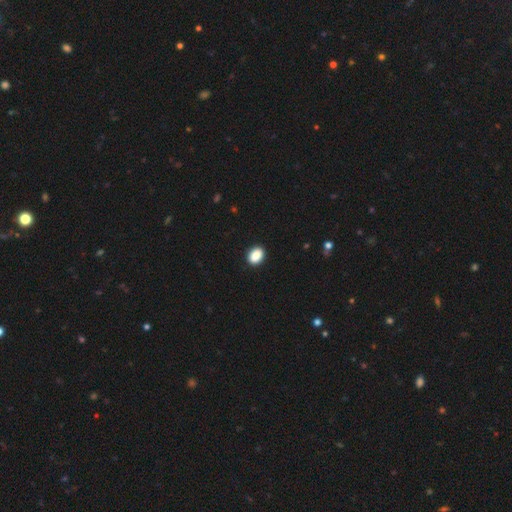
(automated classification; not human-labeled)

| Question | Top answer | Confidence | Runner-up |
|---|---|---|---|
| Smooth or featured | smooth | 89% | star or artifact (8%) |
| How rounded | in between | 76% | round (23%) |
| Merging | none | 90% | minor disturbance (7%) |